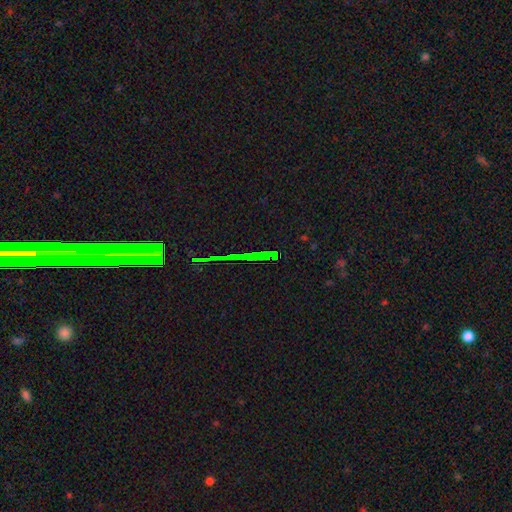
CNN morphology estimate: A star or artifact, not a galaxy (74%).

Vote fractions:
- Smooth or featured? star or artifact: 74% / featured or disk: 14% / smooth: 12%